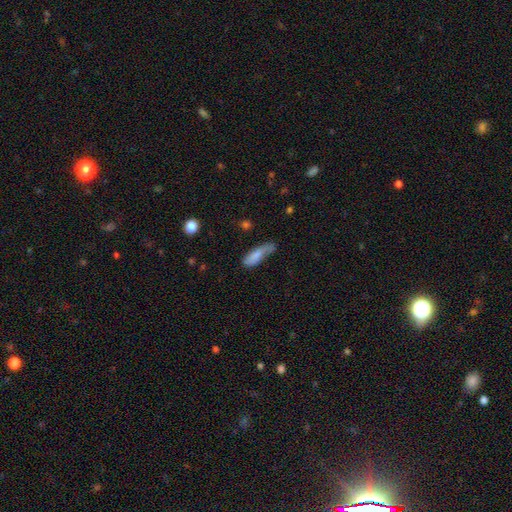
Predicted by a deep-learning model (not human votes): Smooth or featured: smooth — 76% (featured or disk — 17%)
How rounded: in between — 54% (cigar-shaped — 44%)
Merging: none — 41% (minor disturbance — 36%)